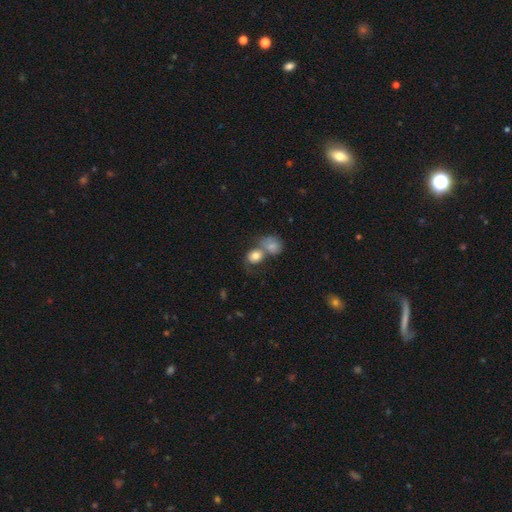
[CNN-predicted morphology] smooth-or-featured: smooth: 76% | featured or disk: 16% | star or artifact: 9%
  how-rounded: round: 62% | in between: 36% | cigar-shaped: 1%
  merging: merger: 55% | none: 26% | minor disturbance: 10% | major disturbance: 8%